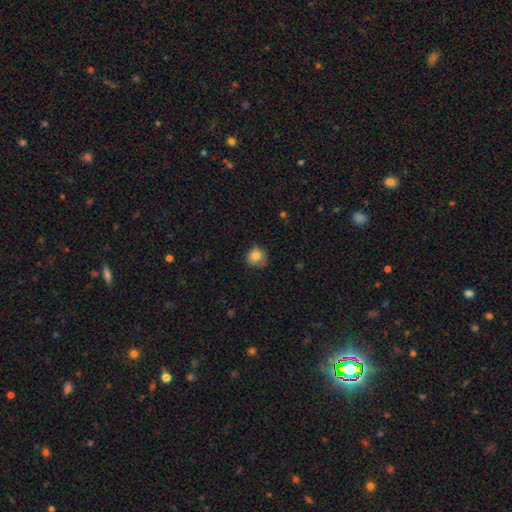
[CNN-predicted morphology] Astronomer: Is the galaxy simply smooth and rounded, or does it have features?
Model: smooth — 82%.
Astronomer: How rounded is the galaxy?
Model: round — 85%.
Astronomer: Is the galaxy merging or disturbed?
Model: none — 66%.